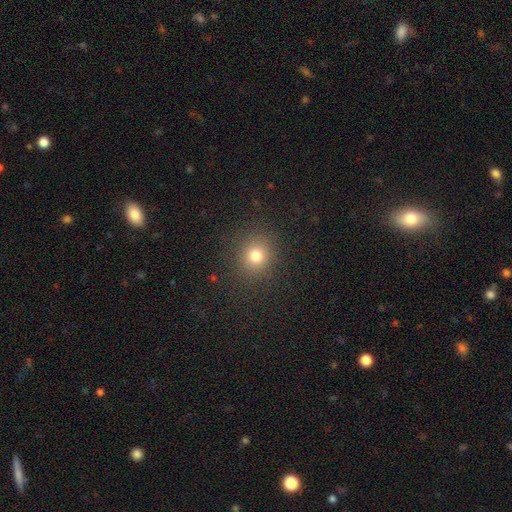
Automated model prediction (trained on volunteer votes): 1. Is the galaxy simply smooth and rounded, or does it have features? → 77% smooth, 16% star or artifact, 7% featured or disk.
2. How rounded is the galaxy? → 85% round, 14% in between, 1% cigar-shaped.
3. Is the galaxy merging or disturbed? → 88% none, 7% minor disturbance, 3% major disturbance, 1% merger.